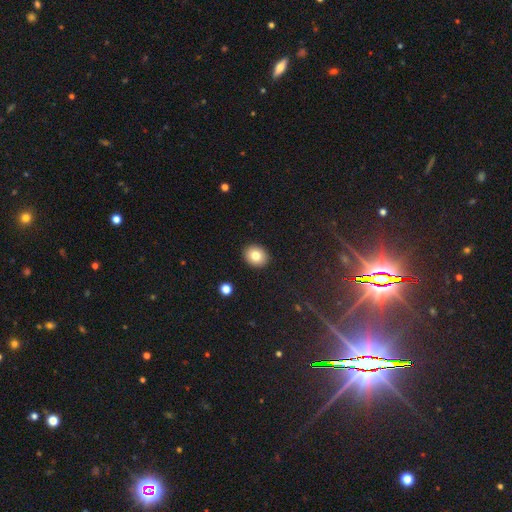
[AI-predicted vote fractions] Smooth or featured? smooth (80%)
How rounded? round (68%)
Merging? none (92%)